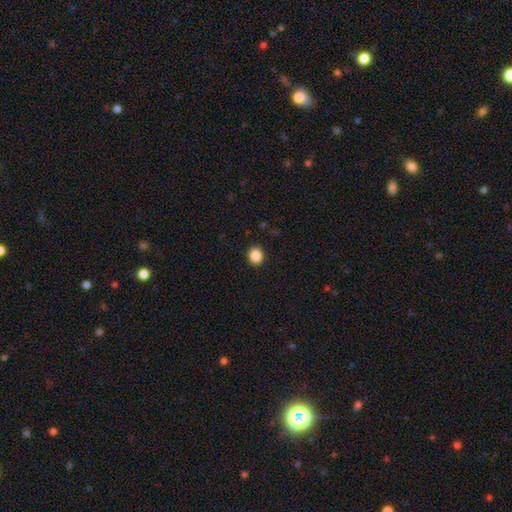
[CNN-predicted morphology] Q: Smooth or featured?
A: smooth (86%); runner-up: star or artifact (10%)
Q: How rounded?
A: round (77%); runner-up: in between (22%)
Q: Merging?
A: none (91%); runner-up: minor disturbance (6%)